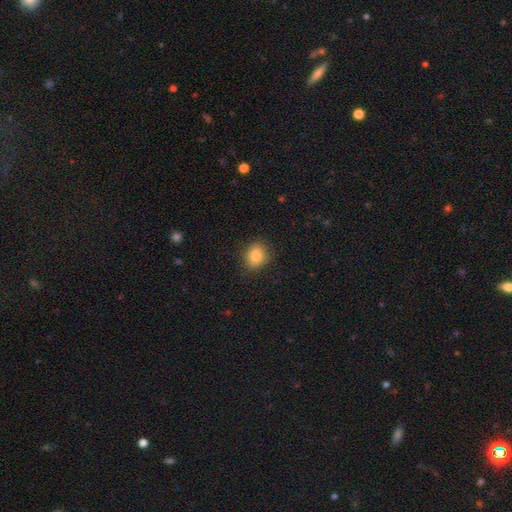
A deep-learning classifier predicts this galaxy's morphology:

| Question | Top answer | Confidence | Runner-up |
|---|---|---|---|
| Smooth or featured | smooth | 83% | star or artifact (10%) |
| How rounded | round | 70% | in between (29%) |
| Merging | none | 85% | minor disturbance (11%) |